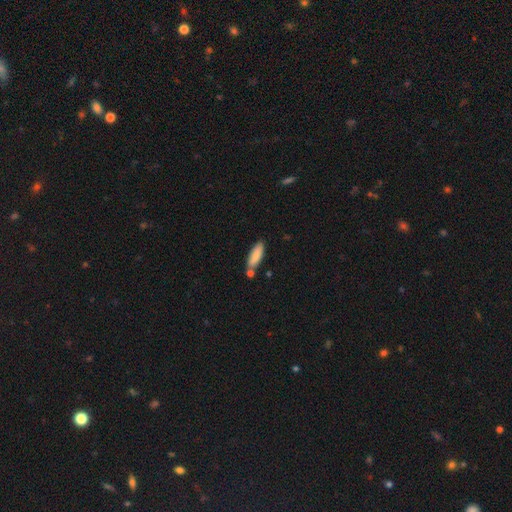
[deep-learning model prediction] This appears to be a smooth galaxy with no disk features (83%) that is in between round and cigar-shaped (54%). Merging: none (70%).